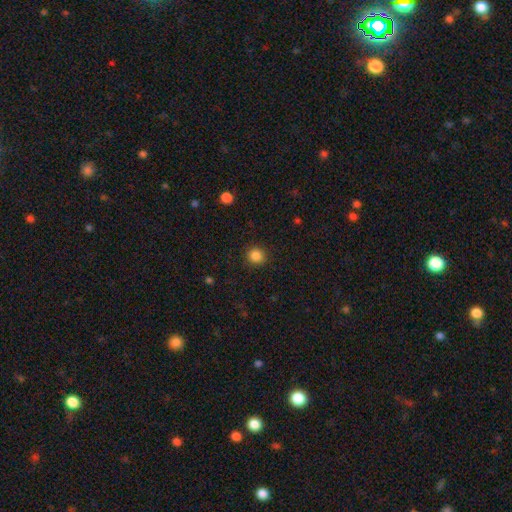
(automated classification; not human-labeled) The model was most divided on "smooth or featured": smooth: 85%, star or artifact: 11%, featured or disk: 3%. More confident: merging — none (89%); how rounded — round (89%).